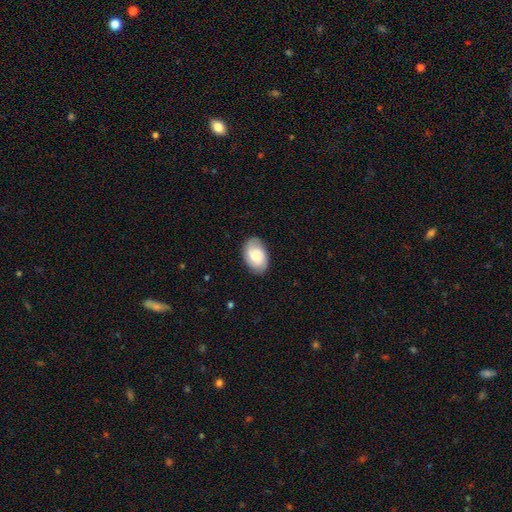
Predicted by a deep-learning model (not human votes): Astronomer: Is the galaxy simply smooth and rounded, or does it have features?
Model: smooth — 66%.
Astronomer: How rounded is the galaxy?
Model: in between — 90%.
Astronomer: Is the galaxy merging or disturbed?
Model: none — 82%.